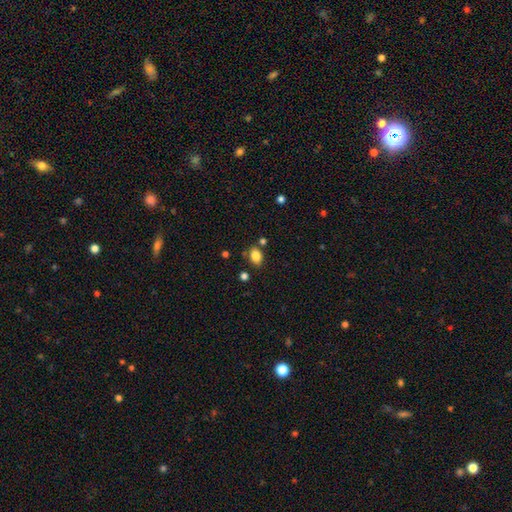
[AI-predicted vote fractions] smooth-or-featured: smooth: 84% | star or artifact: 10% | featured or disk: 6%
  how-rounded: in between: 75% | round: 24% | cigar-shaped: 1%
  merging: none: 75% | minor disturbance: 14% | merger: 8% | major disturbance: 4%